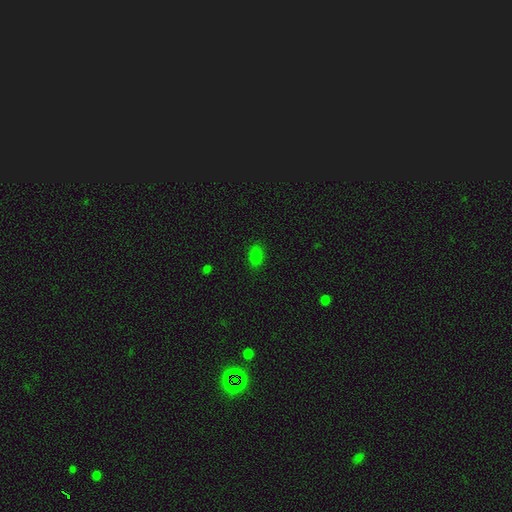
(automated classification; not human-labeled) A smooth galaxy with no disk features (81%) that is in between round and cigar-shaped (85%). Merging: none (87%).